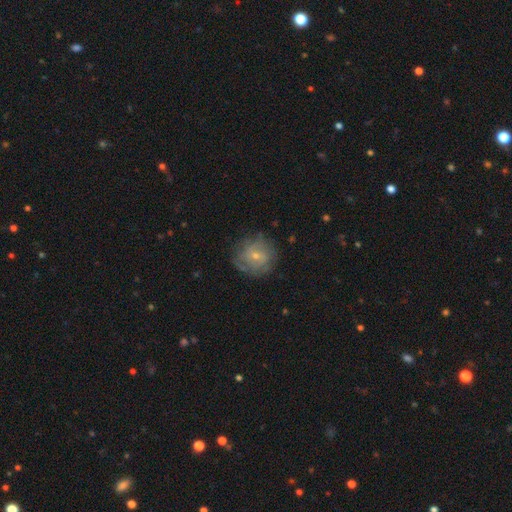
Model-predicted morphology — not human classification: type=featured or disk (47%); merging=none (71%).